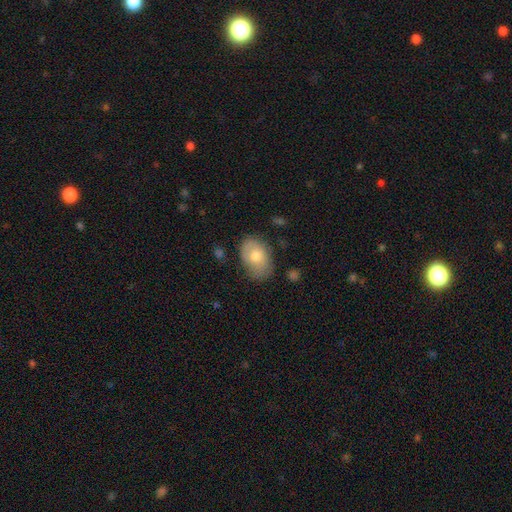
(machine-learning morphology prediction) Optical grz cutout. It shows a smooth galaxy with no disk features (71%) that is in between round and cigar-shaped (84%). Merging: none (71%).